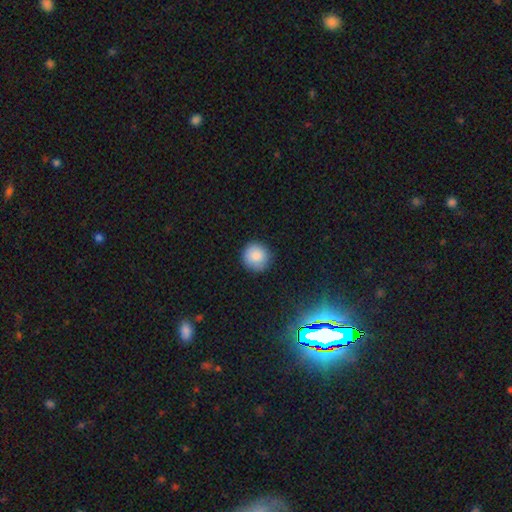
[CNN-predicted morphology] smooth-or-featured: smooth: 86% | star or artifact: 9% | featured or disk: 5%
  how-rounded: round: 93% | in between: 6% | cigar-shaped: 1%
  merging: none: 88% | minor disturbance: 9% | major disturbance: 2% | merger: 1%